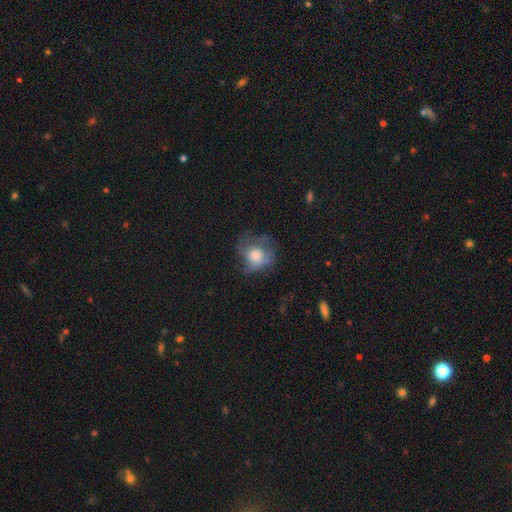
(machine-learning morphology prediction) smooth 58%, featured or disk 32%, star or artifact 10%. Down the decision tree: how rounded — round (73%); merging — none (46%).